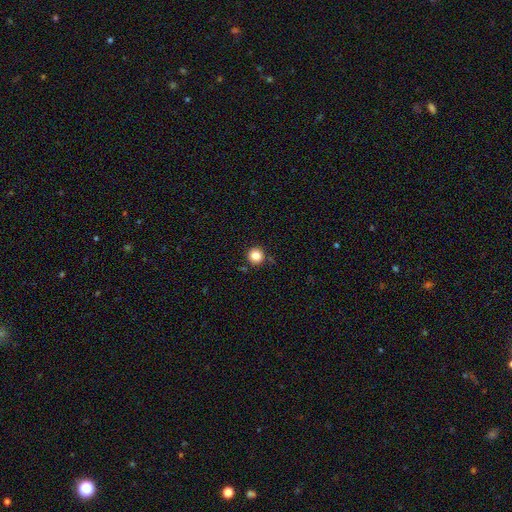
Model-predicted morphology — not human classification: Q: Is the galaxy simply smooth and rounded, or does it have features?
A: smooth — 84%.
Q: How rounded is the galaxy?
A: round — 96%.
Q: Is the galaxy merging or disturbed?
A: none — 88%.